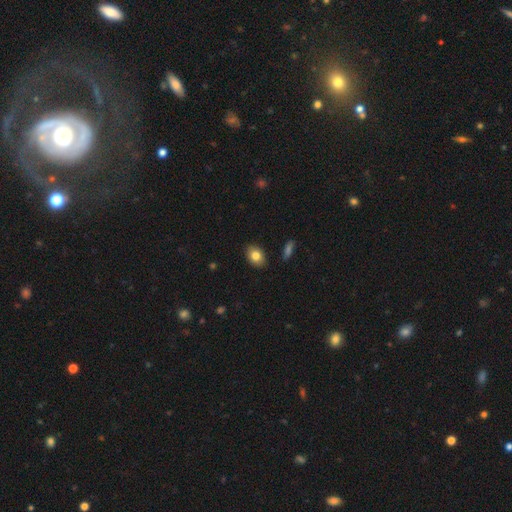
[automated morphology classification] type=smooth (82%); roundness=in between (75%); merging=none (87%).